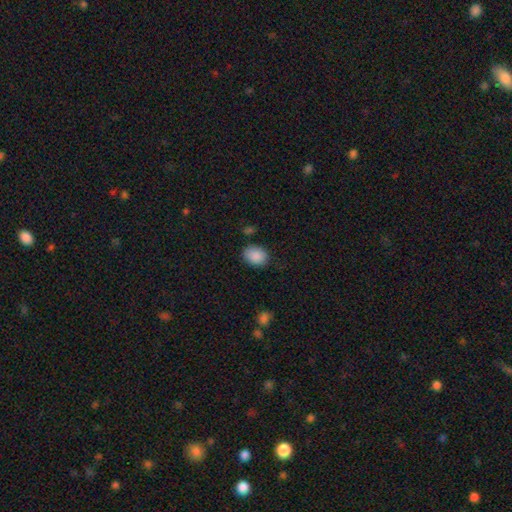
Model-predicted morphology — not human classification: This is clearly a smooth galaxy (89%). How rounded: likely in between (62%). Merging: likely none (77%).